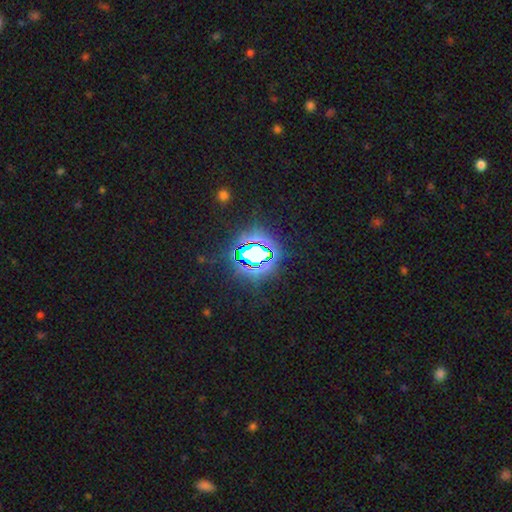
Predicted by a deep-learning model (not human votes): Smooth or featured?
  - star or artifact: 75% *
  - smooth: 15%
  - featured or disk: 10%